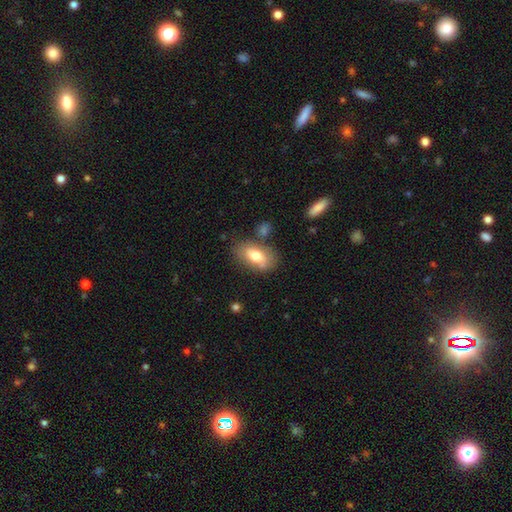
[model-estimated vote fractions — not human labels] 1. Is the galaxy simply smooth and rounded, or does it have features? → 72% smooth, 21% featured or disk, 7% star or artifact.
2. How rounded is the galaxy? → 90% in between, 6% round, 4% cigar-shaped.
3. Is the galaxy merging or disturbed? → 69% none, 17% minor disturbance, 9% merger, 5% major disturbance.